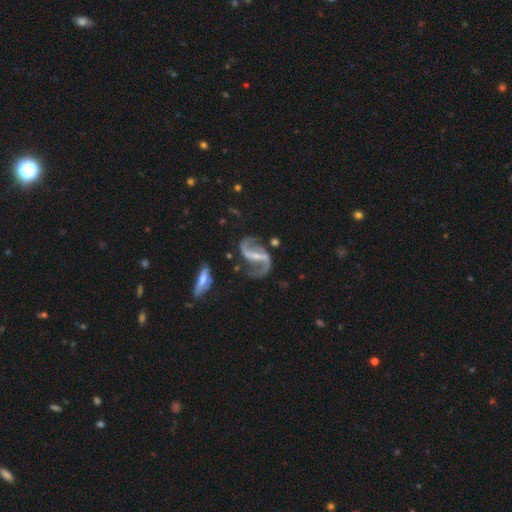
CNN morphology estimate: smooth_or_featured: featured or disk (p=0.92) [alt: star or artifact p=0.04]
disk_edge_on: no (p=0.97) [alt: yes p=0.03]
bar: strong (p=0.62) [alt: weak p=0.28]
has_spiral_arms: yes (p=0.97) [alt: no p=0.03]
spiral_winding: loose (p=0.54) [alt: medium p=0.38]
spiral_arm_count: 2 (p=0.93) [alt: 1 p=0.02]
bulge_size: small (p=0.63) [alt: moderate p=0.23]
merging: none (p=0.70) [alt: minor disturbance p=0.16]